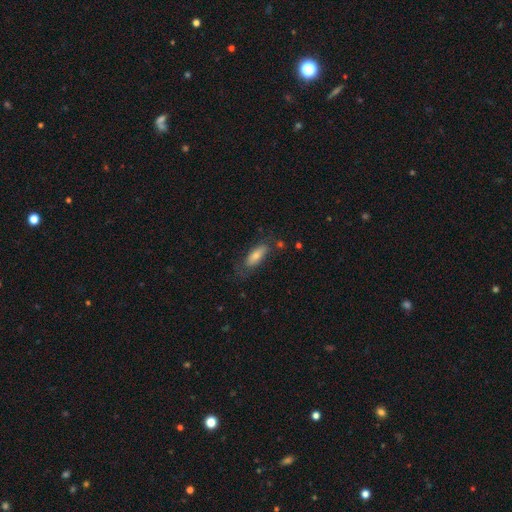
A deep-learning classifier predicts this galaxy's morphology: Smooth or featured?
  - smooth: 65% *
  - featured or disk: 27%
  - star or artifact: 8%
How rounded?
  - in between: 65% *
  - cigar-shaped: 32%
  - round: 2%
Merging?
  - none: 63% *
  - minor disturbance: 23%
  - major disturbance: 10%
  - merger: 3%